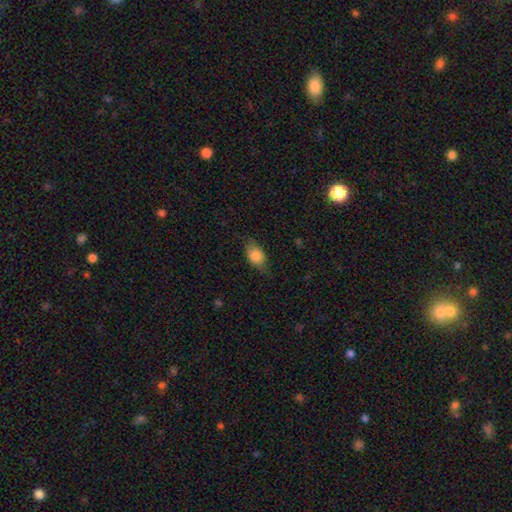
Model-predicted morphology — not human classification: Overall: smooth (79%). How rounded: in between (81%). Merging: none (68%).